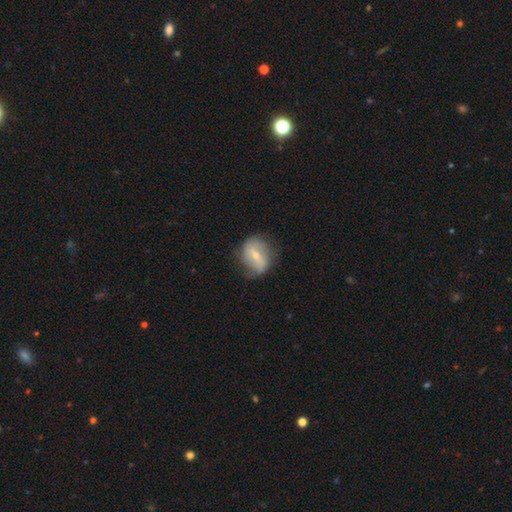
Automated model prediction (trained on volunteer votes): Smooth or featured? Predicted: featured or disk (p=0.58). Edge-on disk? Predicted: no (p=0.94). Bar? Predicted: strong (p=0.42). Spiral arms? Predicted: yes (p=0.68). Bulge size? Predicted: small (p=0.56). Merging? Predicted: none (p=0.63).